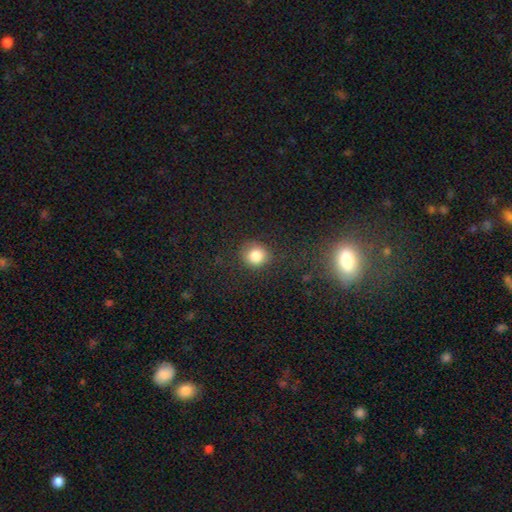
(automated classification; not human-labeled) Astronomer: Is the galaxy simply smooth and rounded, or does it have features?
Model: smooth — 82%.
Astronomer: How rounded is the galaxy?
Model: round — 84%.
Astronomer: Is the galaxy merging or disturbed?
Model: none — 84%.